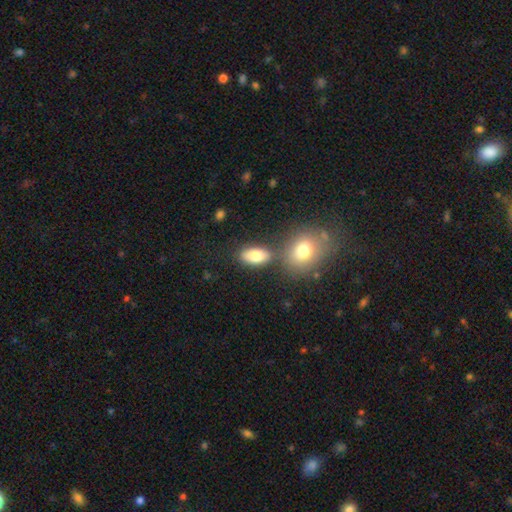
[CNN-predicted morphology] type=smooth (82%); roundness=in between (89%); merging=none (66%).